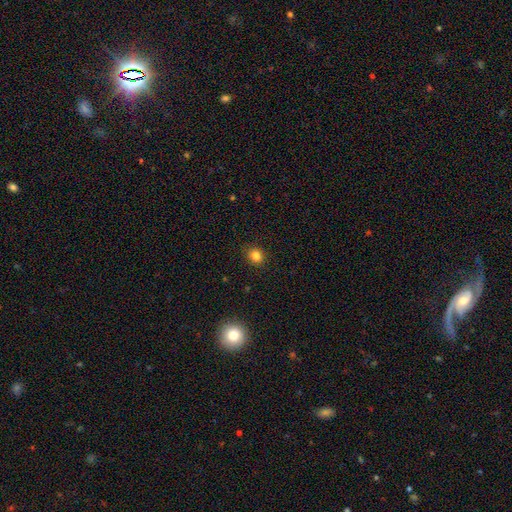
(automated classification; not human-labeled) Smooth or featured: smooth — 81% (star or artifact — 14%)
How rounded: round — 79% (in between — 20%)
Merging: none — 90% (minor disturbance — 7%)